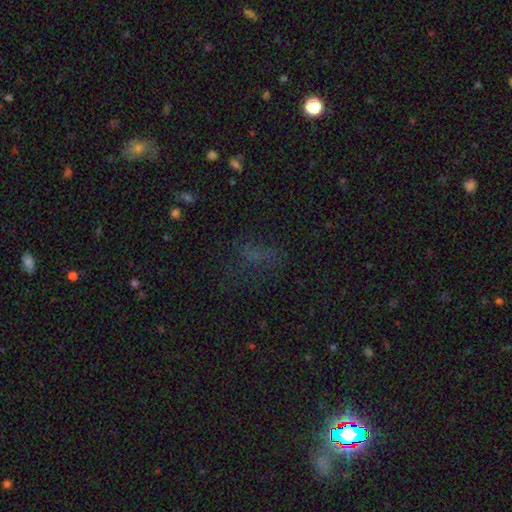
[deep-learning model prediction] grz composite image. It shows a star or artifact, not a galaxy (41%, tied with smooth).